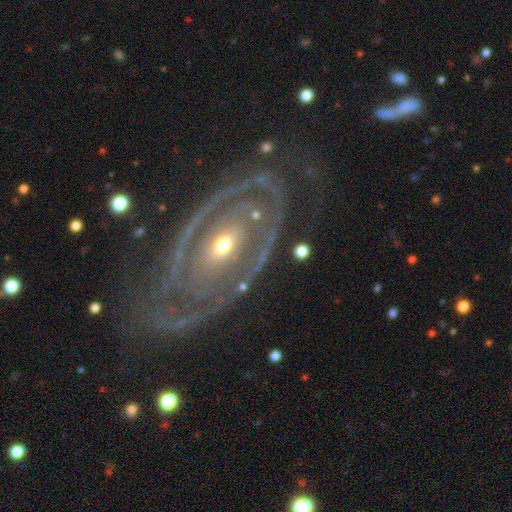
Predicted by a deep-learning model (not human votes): This is clearly a featured or disk galaxy (89%). It is clearly not viewed edge-on (95%). Bar: likely no (63%). Spiral arm pattern: clearly yes (86%). Spiral arm count: possibly 2 (52%). Spiral winding: likely tight (69%). Central bulge: possibly small (54%). Merging: likely none (69%).